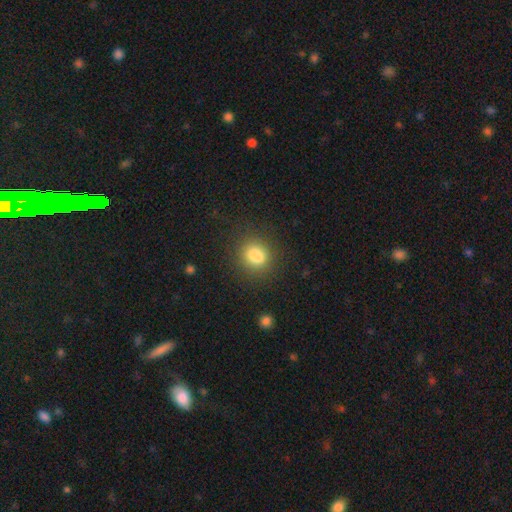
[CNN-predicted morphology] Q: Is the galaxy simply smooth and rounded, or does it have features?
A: smooth — 82%.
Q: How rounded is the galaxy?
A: round — 59%.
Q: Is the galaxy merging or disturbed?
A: none — 75%.